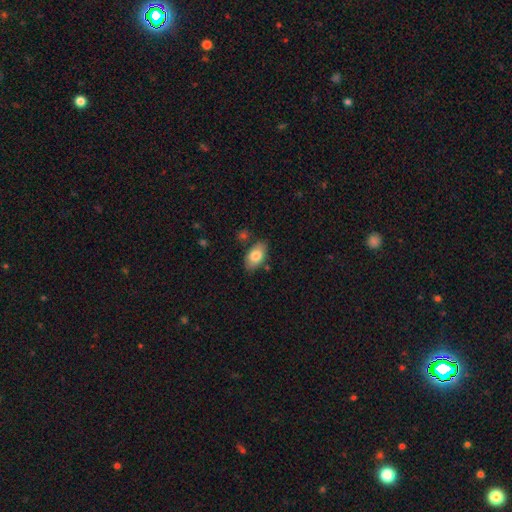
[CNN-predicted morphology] Overall: smooth (80%). How rounded: in between (93%). Merging: none (79%).